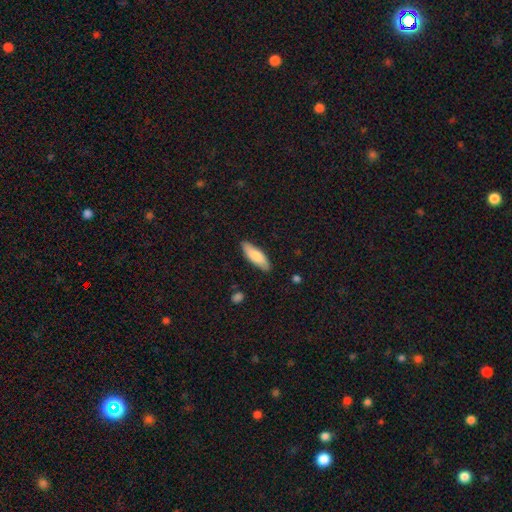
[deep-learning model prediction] smooth_or_featured: smooth (p=0.80) [alt: featured or disk p=0.15]
how_rounded: in between (p=0.56) [alt: cigar-shaped p=0.43]
merging: none (p=0.86) [alt: minor disturbance p=0.11]